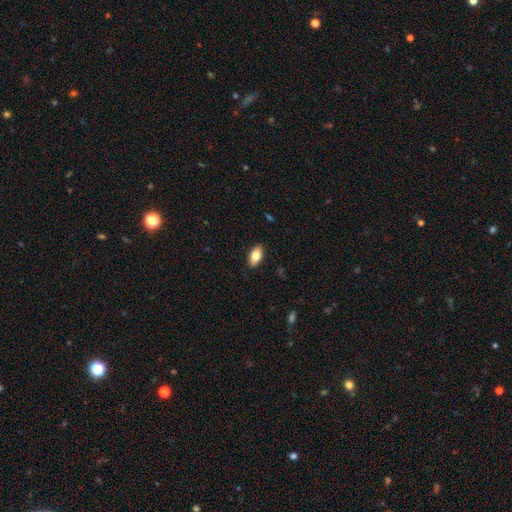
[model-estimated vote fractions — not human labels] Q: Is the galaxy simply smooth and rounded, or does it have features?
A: smooth — 79%.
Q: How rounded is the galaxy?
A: in between — 91%.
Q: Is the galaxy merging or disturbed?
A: none — 89%.